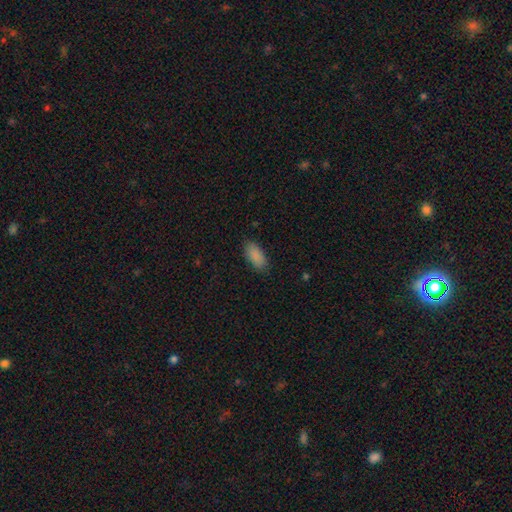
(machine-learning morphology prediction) smooth 88%, star or artifact 7%, featured or disk 4%. Down the decision tree: how rounded — in between (89%); merging — none (84%).